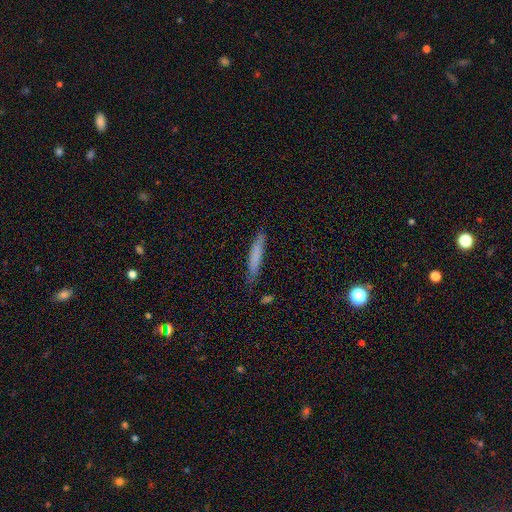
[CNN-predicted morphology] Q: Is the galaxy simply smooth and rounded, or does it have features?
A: smooth — 73%.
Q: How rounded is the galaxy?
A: cigar-shaped — 92%.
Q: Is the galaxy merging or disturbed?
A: none — 79%.